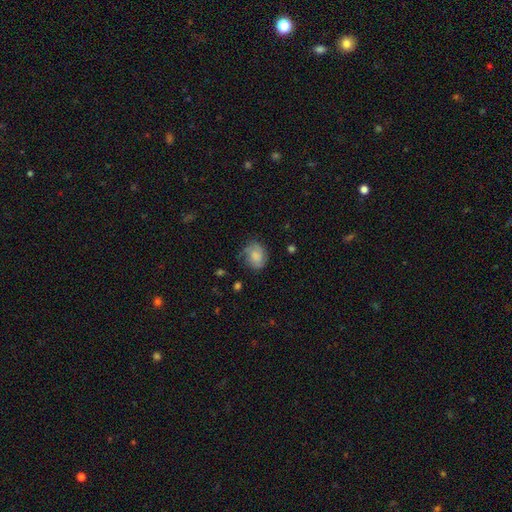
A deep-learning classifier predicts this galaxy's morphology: smooth_or_featured: smooth (p=0.56) [alt: featured or disk p=0.35]
how_rounded: in between (p=0.50) [alt: round p=0.49]
merging: none (p=0.63) [alt: minor disturbance p=0.25]